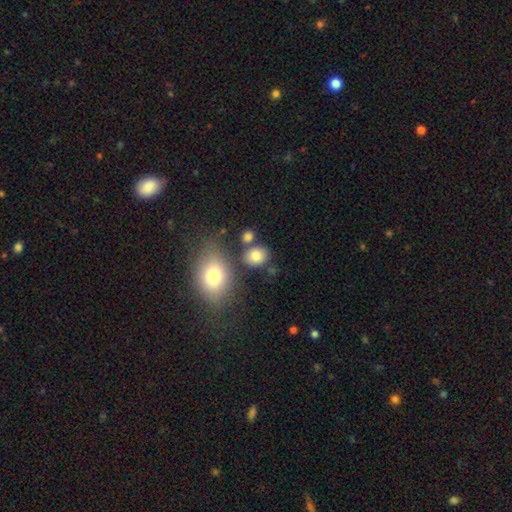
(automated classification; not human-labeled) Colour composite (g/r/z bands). It shows a smooth galaxy with no disk features (81%) that is round (59%). Merging: none (70%).